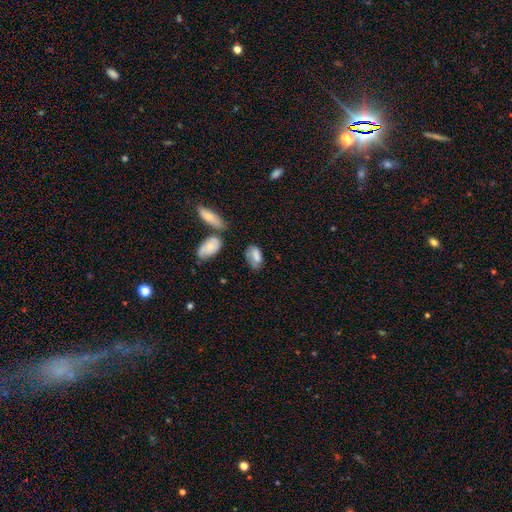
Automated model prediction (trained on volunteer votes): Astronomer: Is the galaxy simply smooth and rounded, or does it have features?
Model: smooth — 67%.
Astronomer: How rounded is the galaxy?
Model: in between — 90%.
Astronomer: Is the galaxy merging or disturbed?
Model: none — 47% (runner-up: minor disturbance, 30%).